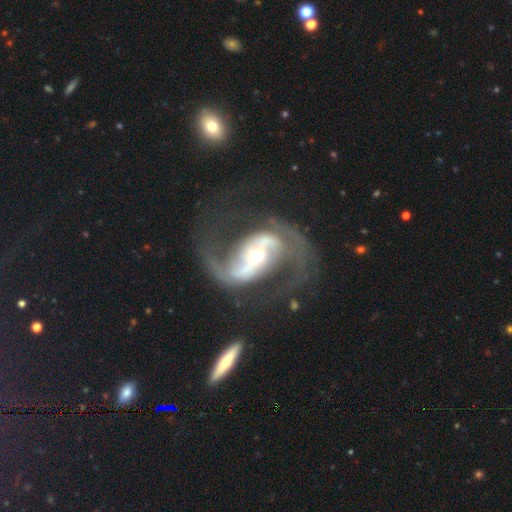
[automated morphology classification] Smooth or featured? Predicted: featured or disk (p=0.91). Edge-on disk? Predicted: no (p=0.97). Bar? Predicted: strong (p=0.49). Spiral arms? Predicted: yes (p=0.97). Spiral winding? Predicted: medium (p=0.46). Spiral arm count? Predicted: 2 (p=0.93). Bulge size? Predicted: moderate (p=0.63). Merging? Predicted: none (p=0.72).